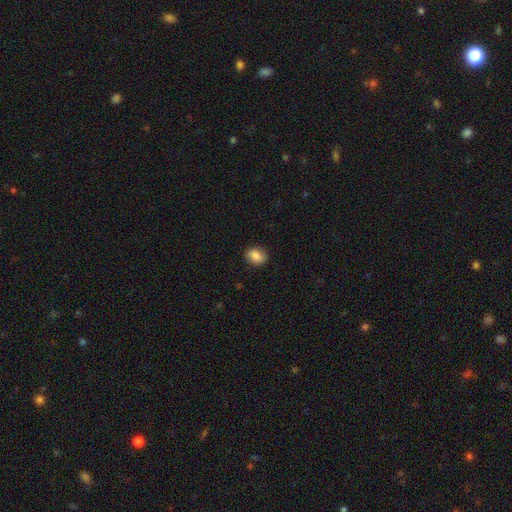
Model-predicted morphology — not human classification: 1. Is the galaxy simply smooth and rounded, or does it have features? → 84% smooth, 8% star or artifact, 7% featured or disk.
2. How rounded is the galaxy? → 52% in between, 47% round, 1% cigar-shaped.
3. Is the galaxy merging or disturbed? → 87% none, 10% minor disturbance, 2% major disturbance, 1% merger.